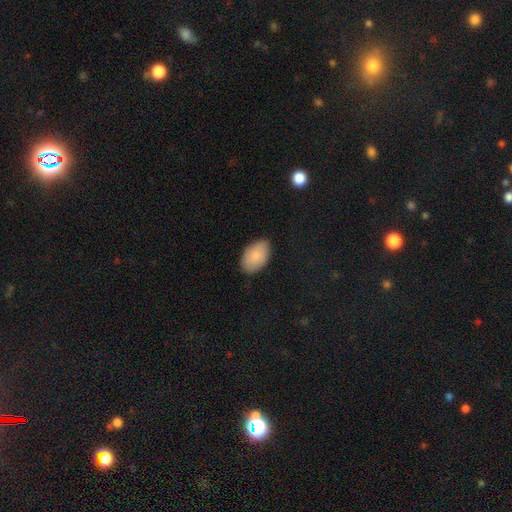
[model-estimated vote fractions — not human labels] The model was most divided on "merging": none: 84%, minor disturbance: 13%, major disturbance: 2%, merger: 1%. More confident: how rounded — in between (93%); smooth or featured — smooth (84%).